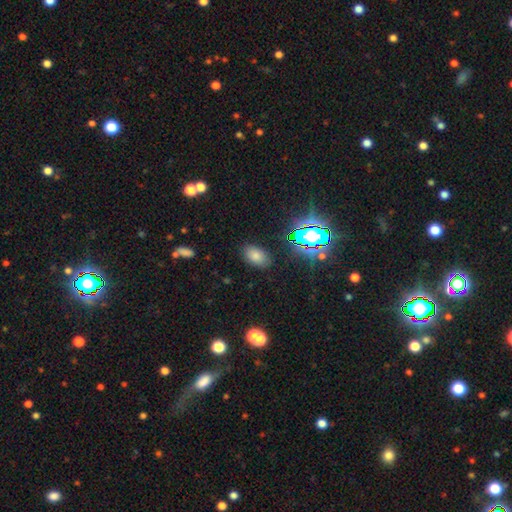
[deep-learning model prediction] Overall: smooth (74%). How rounded: in between (91%). Merging: none (85%).